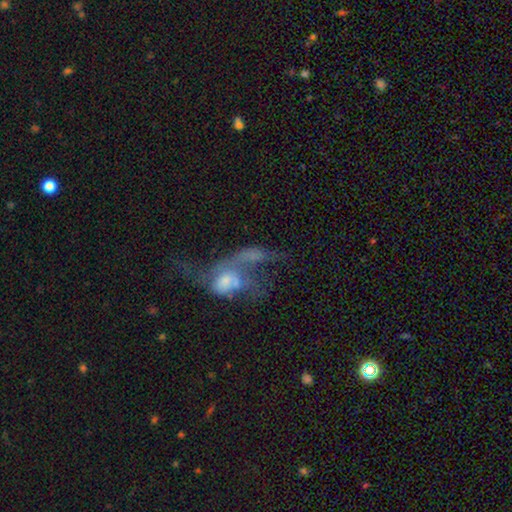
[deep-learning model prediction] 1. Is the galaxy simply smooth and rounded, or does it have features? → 54% featured or disk, 32% smooth, 13% star or artifact.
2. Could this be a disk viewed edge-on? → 94% no, 6% yes.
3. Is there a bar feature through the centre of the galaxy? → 79% no, 17% weak, 4% strong.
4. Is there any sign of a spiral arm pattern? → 60% no, 40% yes.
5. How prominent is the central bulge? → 35% moderate, 27% small, 21% none, 13% large, 4% dominant.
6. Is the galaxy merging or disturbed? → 43% merger, 38% major disturbance, 12% none, 7% minor disturbance.